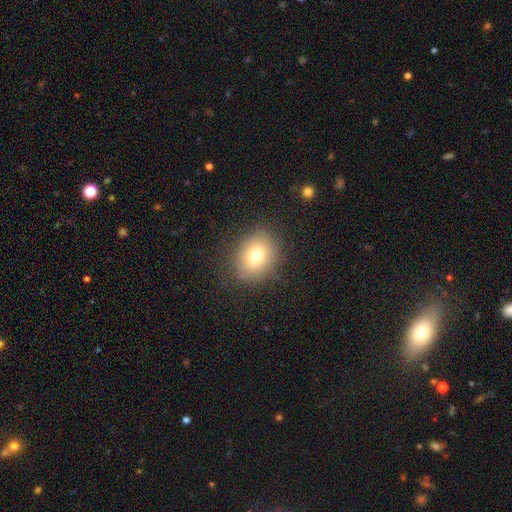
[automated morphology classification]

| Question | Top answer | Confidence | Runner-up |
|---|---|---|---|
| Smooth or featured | smooth | 74% | featured or disk (14%) |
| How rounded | round | 59% | in between (40%) |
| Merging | none | 83% | minor disturbance (12%) |